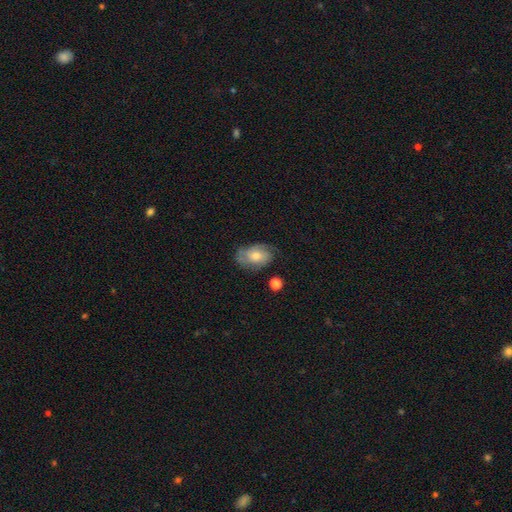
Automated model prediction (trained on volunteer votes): Morphology: type=smooth (49%); merging=none (67%).